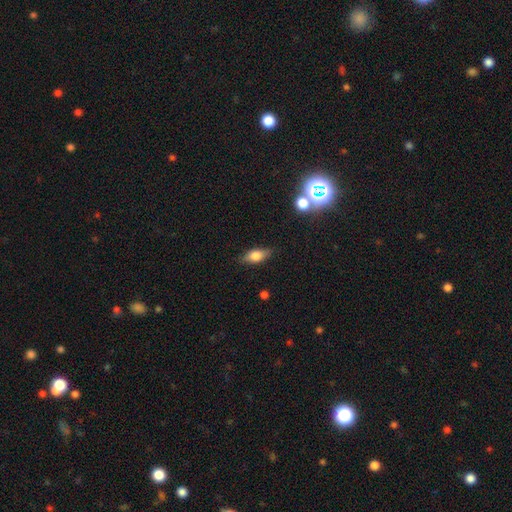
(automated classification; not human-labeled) Smooth or featured?
  - smooth: 64% *
  - featured or disk: 28%
  - star or artifact: 9%
How rounded?
  - in between: 76% *
  - cigar-shaped: 19%
  - round: 5%
Merging?
  - none: 82% *
  - minor disturbance: 14%
  - major disturbance: 3%
  - merger: 1%